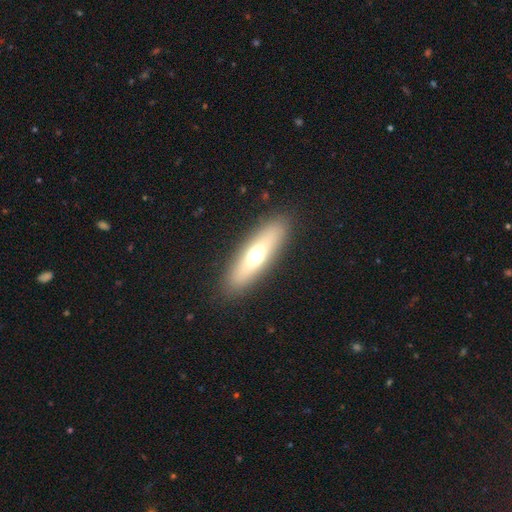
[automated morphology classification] smooth 56%, featured or disk 36%, star or artifact 8%. Down the decision tree: how rounded — cigar-shaped (57%); merging — none (89%).